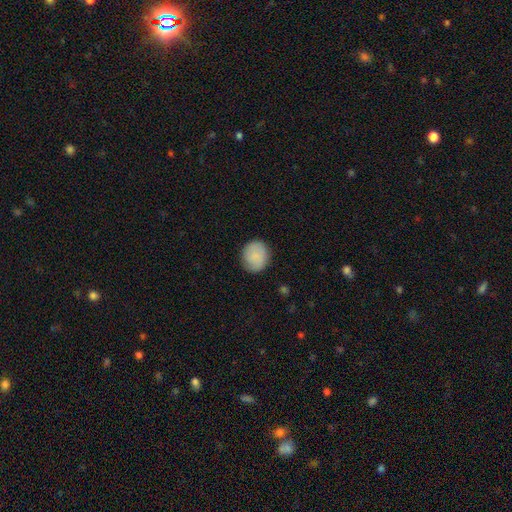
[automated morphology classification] Smooth or featured?
  - smooth: 85% *
  - featured or disk: 8%
  - star or artifact: 6%
How rounded?
  - round: 79% *
  - in between: 20%
  - cigar-shaped: 1%
Merging?
  - none: 85% *
  - minor disturbance: 11%
  - major disturbance: 3%
  - merger: 1%